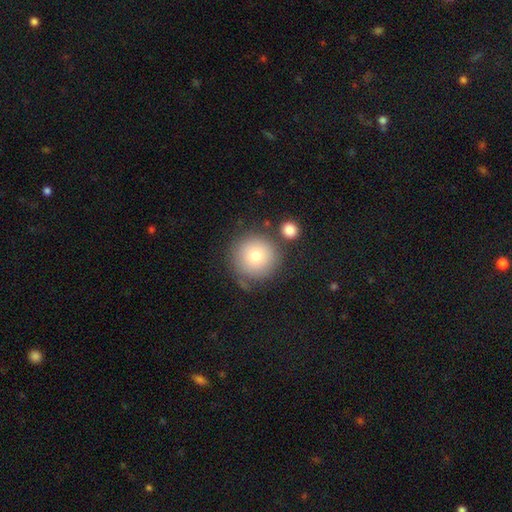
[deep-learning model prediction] This appears to be a smooth galaxy with no disk features (78%) that is round (95%). Merging: none (75%).